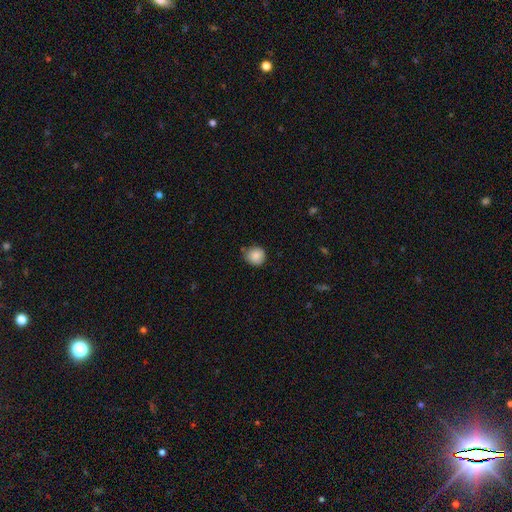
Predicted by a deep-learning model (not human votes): The model was most divided on "merging": none: 75%, minor disturbance: 20%, major disturbance: 3%, merger: 3%. More confident: how rounded — round (89%); smooth or featured — smooth (87%).